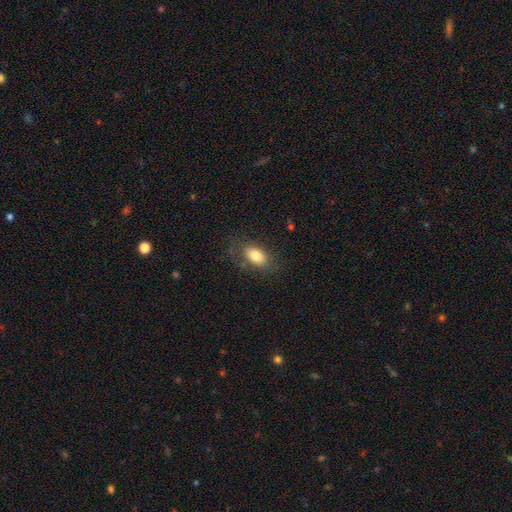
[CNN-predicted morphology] Smooth or featured? Predicted: smooth (p=0.79). How rounded? Predicted: in between (p=0.90). Merging? Predicted: none (p=0.75).